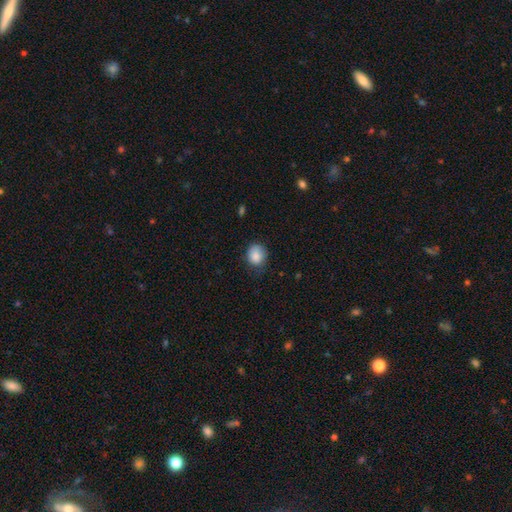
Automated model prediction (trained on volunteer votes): Smooth or featured? smooth (86%)
How rounded? round (70%)
Merging? none (66%)